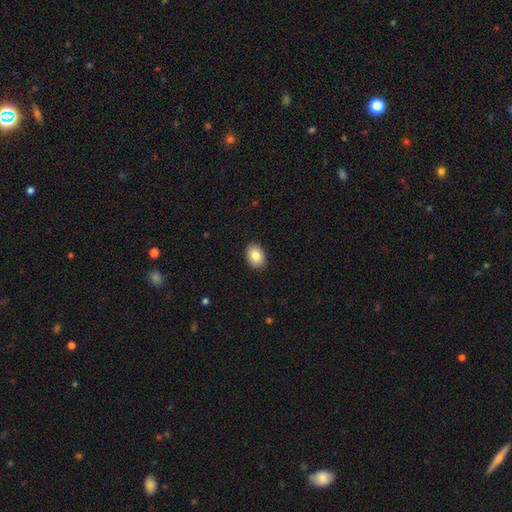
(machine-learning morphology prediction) Overall: smooth (85%). How rounded: in between (72%). Merging: none (90%).